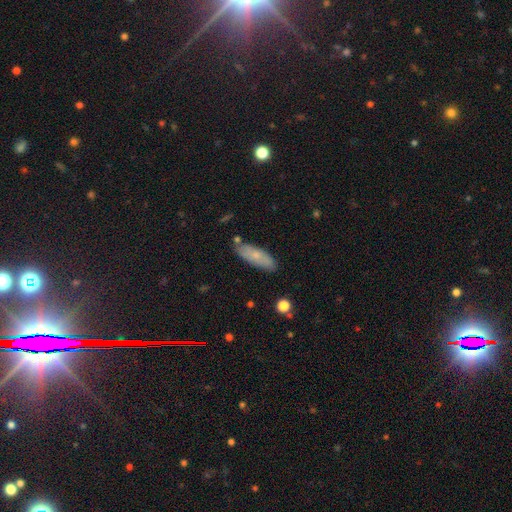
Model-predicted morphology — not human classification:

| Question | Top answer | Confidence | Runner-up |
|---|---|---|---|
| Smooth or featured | smooth | 69% | featured or disk (24%) |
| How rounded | in between | 58% | cigar-shaped (40%) |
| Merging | none | 80% | minor disturbance (14%) |